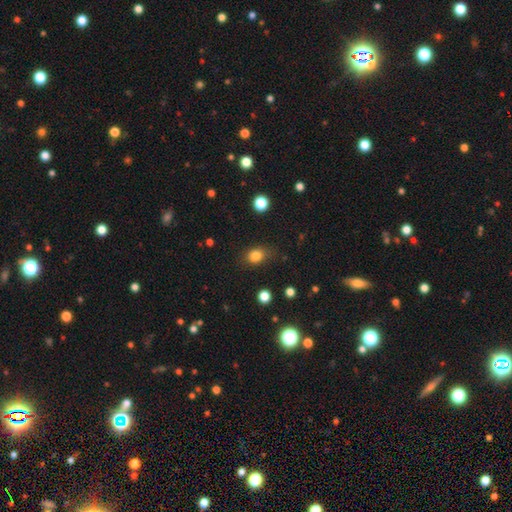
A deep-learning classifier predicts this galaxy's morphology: Overall: smooth (82%). How rounded: round (50%; in between 49%). Merging: none (78%).